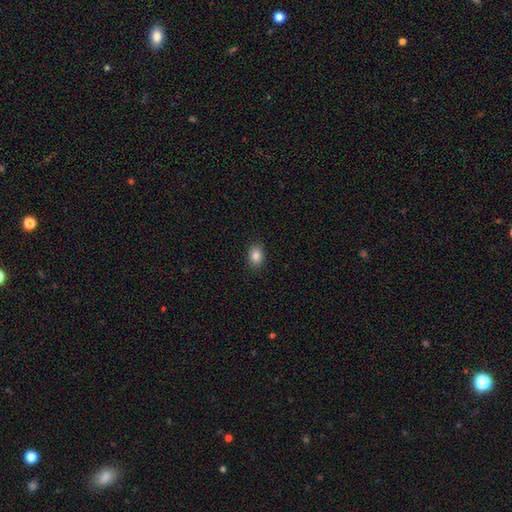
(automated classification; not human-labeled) A smooth galaxy with no disk features (85%) that is in between round and cigar-shaped (71%). Merging: none (89%).